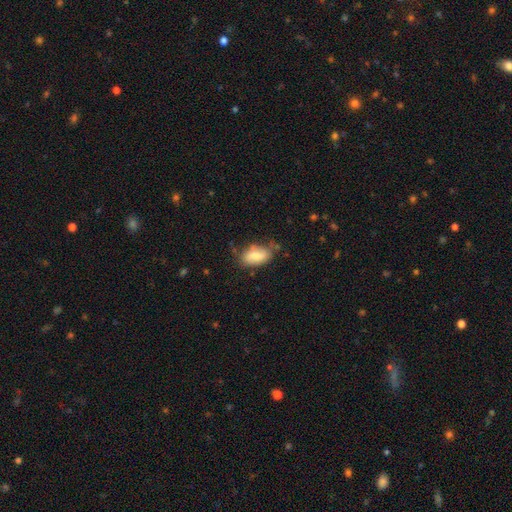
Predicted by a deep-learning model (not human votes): Overall: smooth (76%). How rounded: in between (92%). Merging: none (59%; minor disturbance 29%).